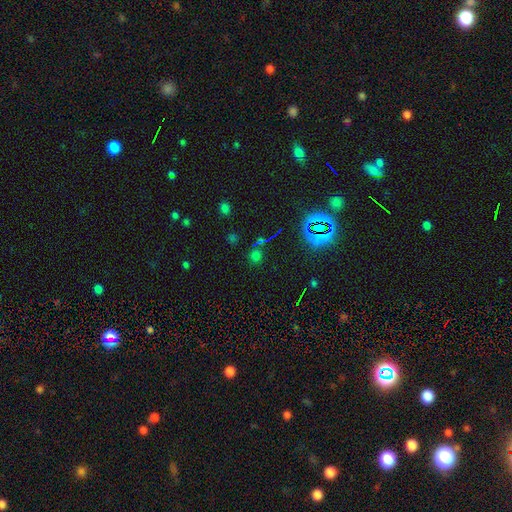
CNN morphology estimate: smooth_or_featured: smooth (p=0.49) [alt: star or artifact p=0.42]
merging: none (p=0.72) [alt: merger p=0.13]